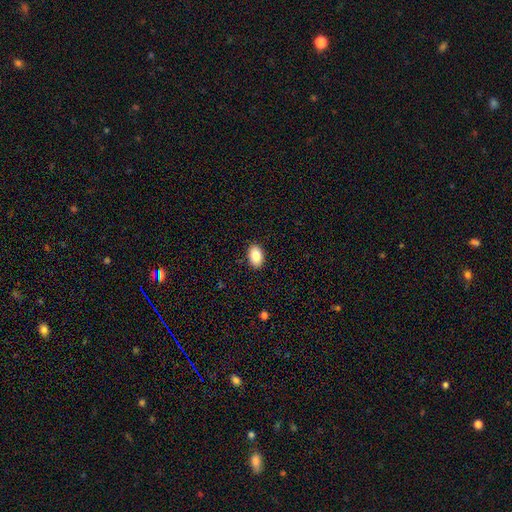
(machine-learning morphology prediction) smooth_or_featured: smooth (p=0.86) [alt: star or artifact p=0.07]
how_rounded: in between (p=0.89) [alt: round p=0.10]
merging: none (p=0.90) [alt: minor disturbance p=0.08]